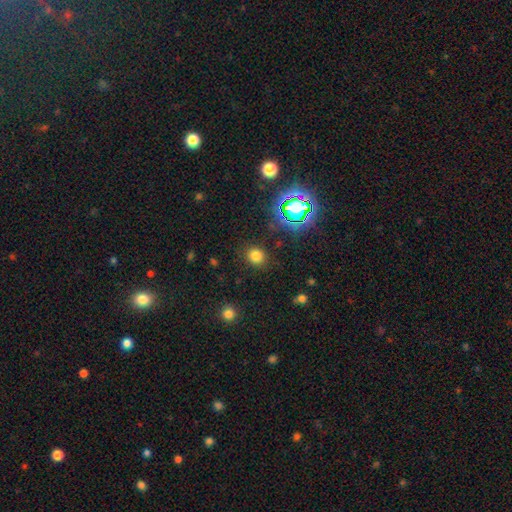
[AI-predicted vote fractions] Overall: smooth (76%). How rounded: round (81%). Merging: none (87%).